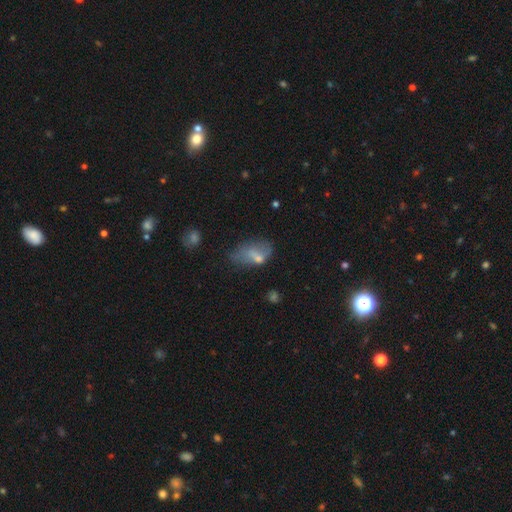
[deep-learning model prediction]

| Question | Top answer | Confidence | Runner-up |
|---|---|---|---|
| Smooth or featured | smooth | 60% | featured or disk (29%) |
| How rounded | in between | 88% | round (9%) |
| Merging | none | 33% | minor disturbance (29%) |